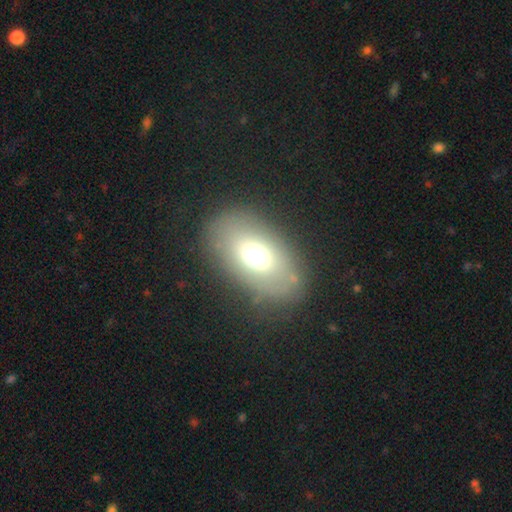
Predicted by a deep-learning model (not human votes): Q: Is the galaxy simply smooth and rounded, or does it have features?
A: smooth — 64%.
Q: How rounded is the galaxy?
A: in between — 81%.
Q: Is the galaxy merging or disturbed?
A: none — 80%.